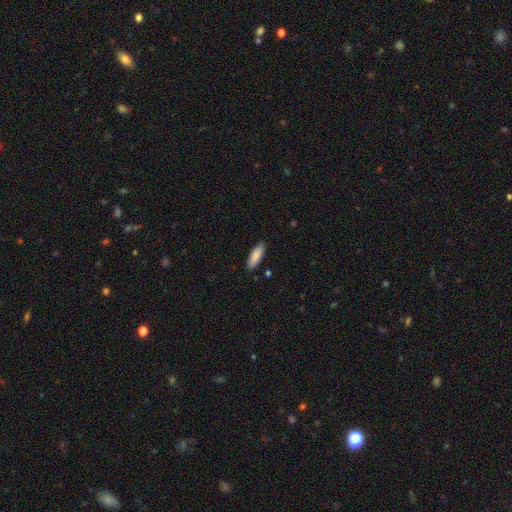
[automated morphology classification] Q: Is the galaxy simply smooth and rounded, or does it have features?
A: smooth — 88%.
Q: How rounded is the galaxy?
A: in between — 56%.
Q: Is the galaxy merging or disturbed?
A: none — 88%.